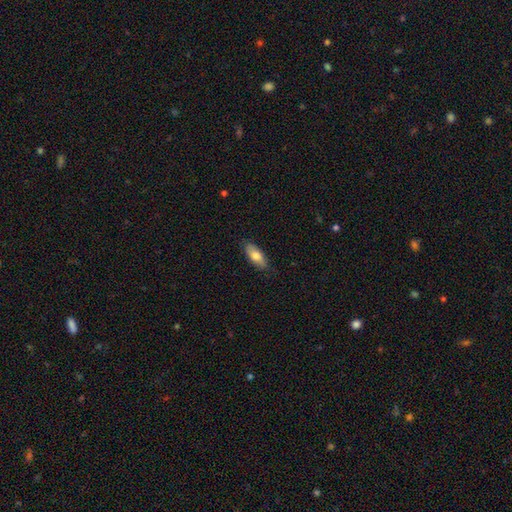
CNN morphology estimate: smooth 76%, featured or disk 18%, star or artifact 6%. Down the decision tree: how rounded — in between (78%); merging — none (84%).